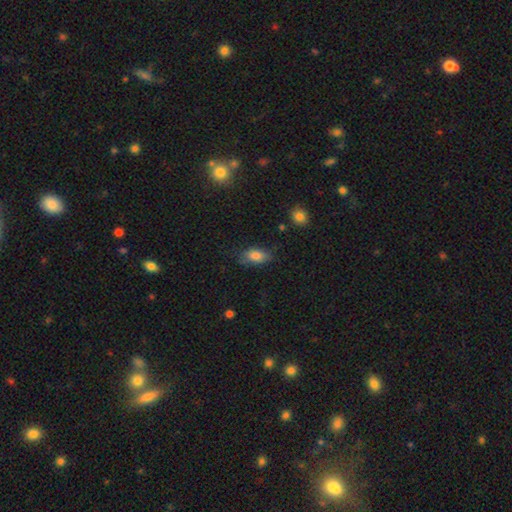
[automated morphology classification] Smooth or featured? Predicted: smooth (p=0.81). How rounded? Predicted: in between (p=0.89). Merging? Predicted: none (p=0.69).